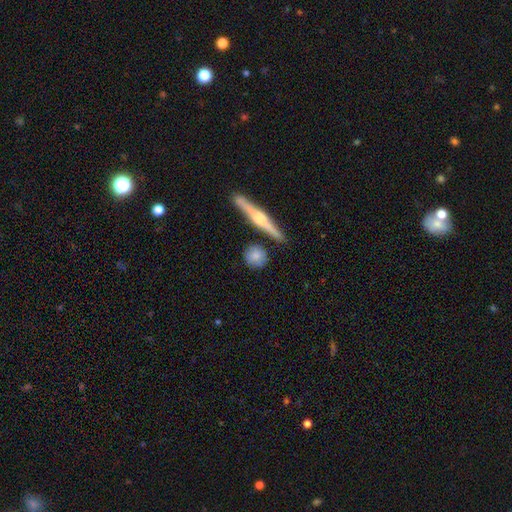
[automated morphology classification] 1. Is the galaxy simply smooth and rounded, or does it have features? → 73% smooth, 21% featured or disk, 6% star or artifact.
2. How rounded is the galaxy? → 79% round, 14% in between, 7% cigar-shaped.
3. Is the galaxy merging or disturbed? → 81% none, 11% minor disturbance, 6% merger, 3% major disturbance.